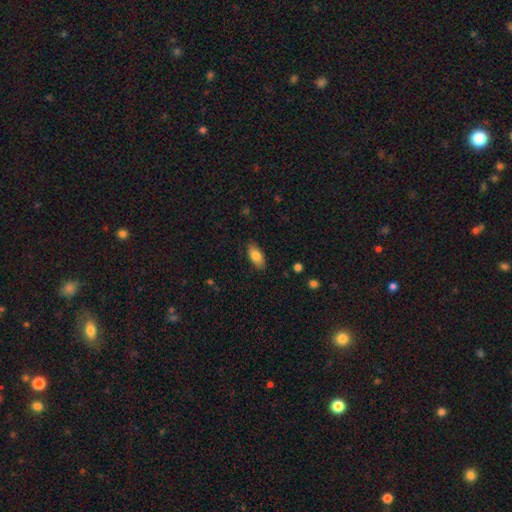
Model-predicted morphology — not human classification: A smooth galaxy with no disk features (82%) that is in between round and cigar-shaped (89%).

Vote fractions:
- Smooth or featured? smooth: 82% / featured or disk: 12% / star or artifact: 7%
- How rounded? in between: 89% / cigar-shaped: 8% / round: 3%
- Merging? none: 86% / minor disturbance: 11% / major disturbance: 2% / merger: 1%